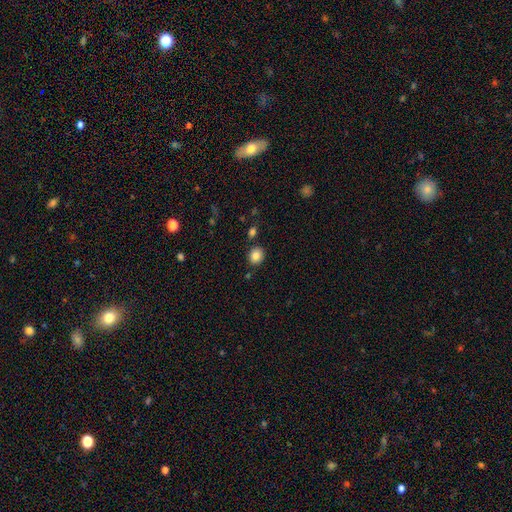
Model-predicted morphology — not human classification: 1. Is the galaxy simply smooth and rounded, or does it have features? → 84% smooth, 10% star or artifact, 6% featured or disk.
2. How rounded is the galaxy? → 75% round, 24% in between, 1% cigar-shaped.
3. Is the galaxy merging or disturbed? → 84% none, 8% minor disturbance, 5% merger, 2% major disturbance.